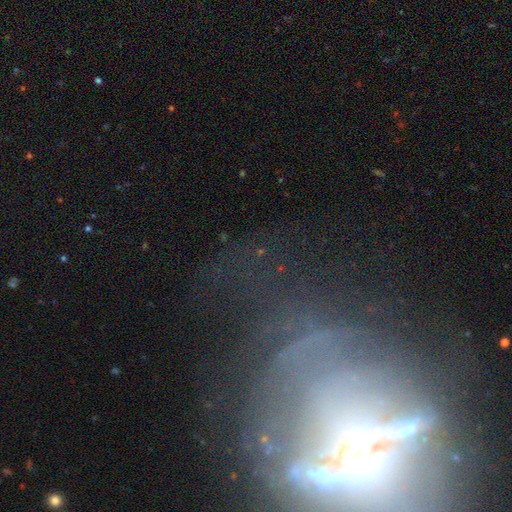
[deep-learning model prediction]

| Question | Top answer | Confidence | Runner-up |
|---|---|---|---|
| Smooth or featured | featured or disk | 60% | star or artifact (25%) |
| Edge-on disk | no | 86% | yes (14%) |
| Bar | no | 58% | weak (23%) |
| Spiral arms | no | 59% | yes (41%) |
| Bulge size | small | 40% | moderate (31%) |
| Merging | none | 45% | major disturbance (31%) |